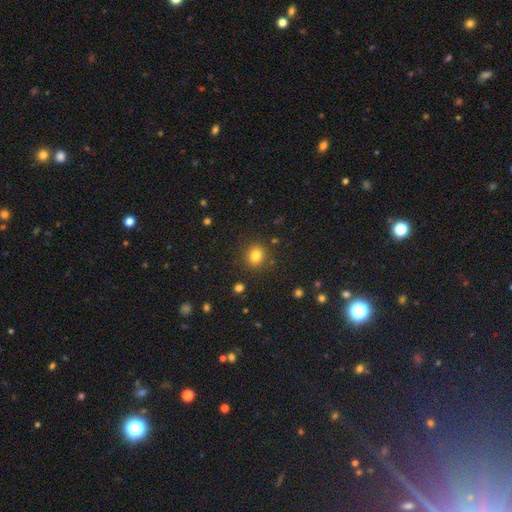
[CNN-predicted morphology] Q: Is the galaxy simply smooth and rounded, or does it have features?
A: smooth — 81%.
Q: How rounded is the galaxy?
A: round — 74%.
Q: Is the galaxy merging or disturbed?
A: none — 87%.